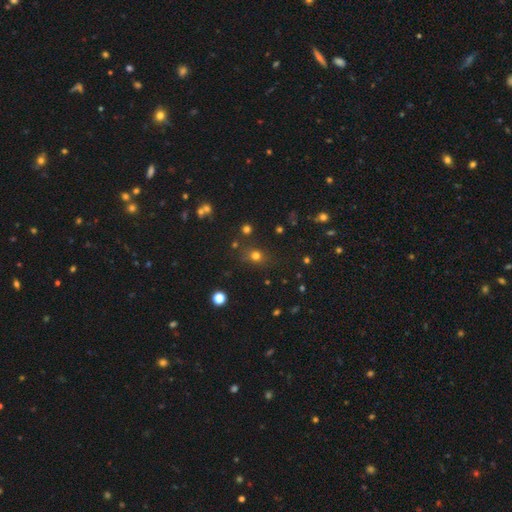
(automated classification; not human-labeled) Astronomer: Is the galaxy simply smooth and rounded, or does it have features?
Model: smooth — 71%.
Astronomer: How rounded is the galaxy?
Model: round — 72%.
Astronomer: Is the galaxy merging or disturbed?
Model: none — 81%.